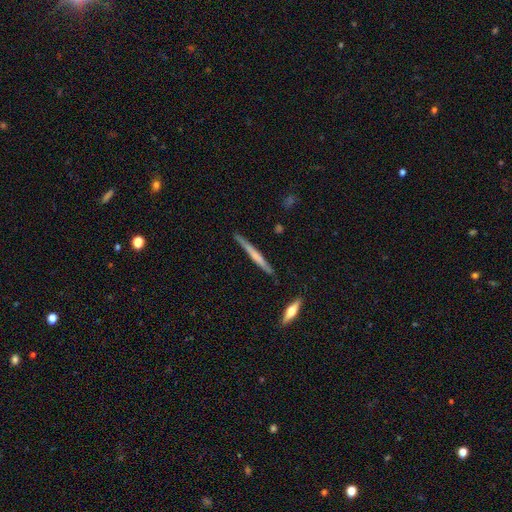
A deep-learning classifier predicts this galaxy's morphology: Smooth or featured: smooth — 47% (tied with featured or disk — 47%)
Merging: none — 85% (minor disturbance — 11%)